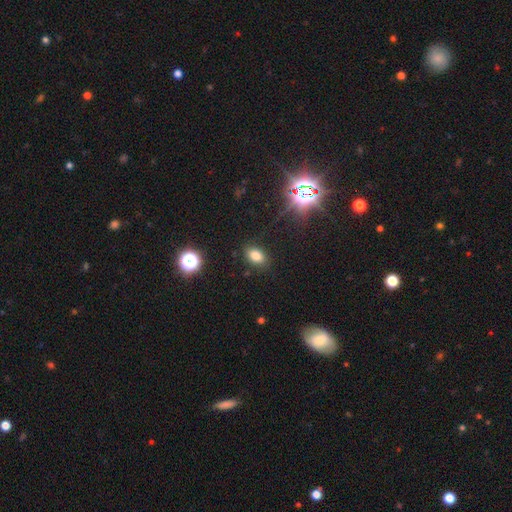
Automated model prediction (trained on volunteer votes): Q: Smooth or featured?
A: smooth (76%); runner-up: star or artifact (16%)
Q: How rounded?
A: in between (83%); runner-up: round (15%)
Q: Merging?
A: none (86%); runner-up: minor disturbance (10%)